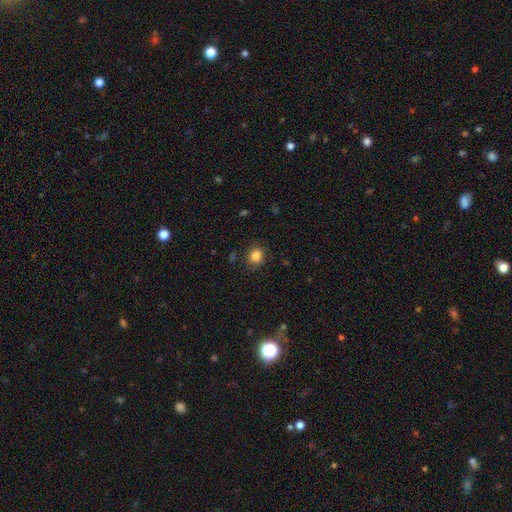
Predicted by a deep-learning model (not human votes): Smooth or featured? Predicted: smooth (p=0.85). How rounded? Predicted: round (p=0.67). Merging? Predicted: none (p=0.82).